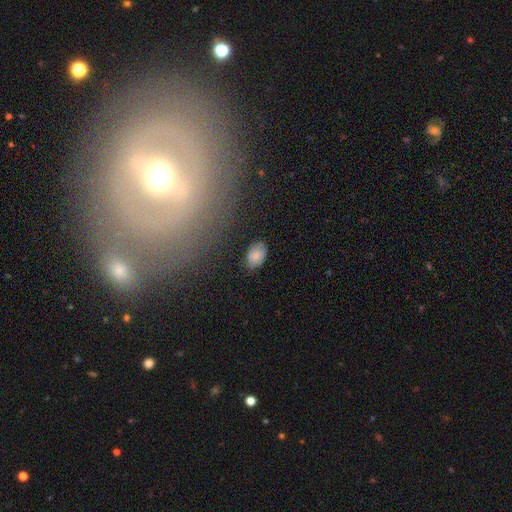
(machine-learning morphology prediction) A smooth galaxy with no disk features (77%) that is in between round and cigar-shaped (87%). Merging: none (77%).